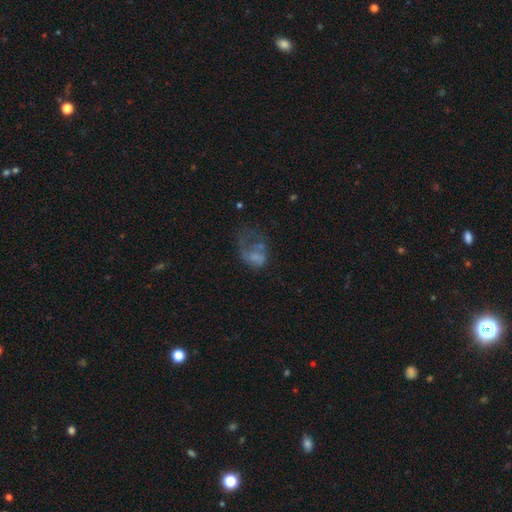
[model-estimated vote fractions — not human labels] smooth_or_featured: smooth (p=0.44) [alt: featured or disk p=0.43]
merging: major disturbance (p=0.58) [alt: none p=0.19]